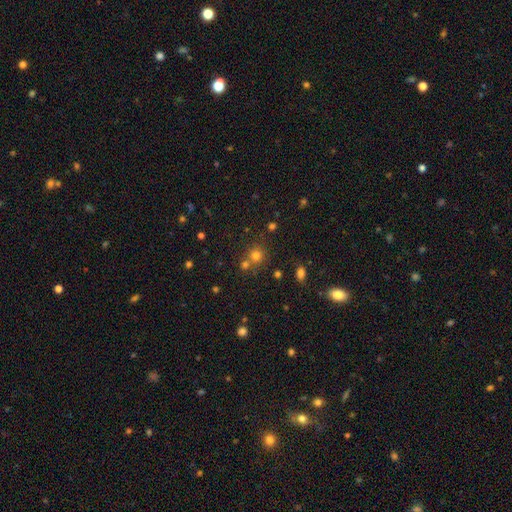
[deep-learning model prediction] Smooth or featured? Predicted: smooth (p=0.68). How rounded? Predicted: round (p=0.88). Merging? Predicted: none (p=0.64).